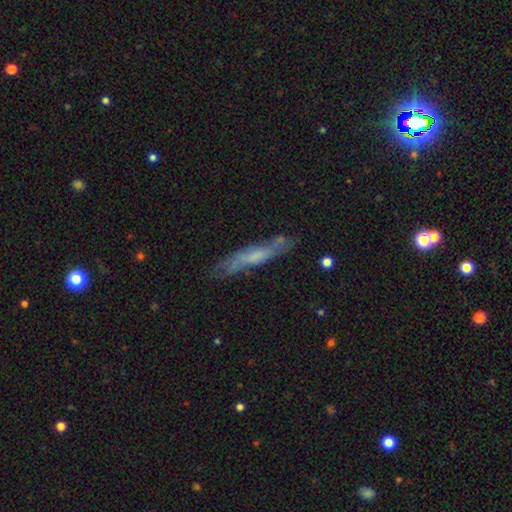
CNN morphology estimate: Overall: featured or disk (49%; smooth 43%). Merging: none (70%).